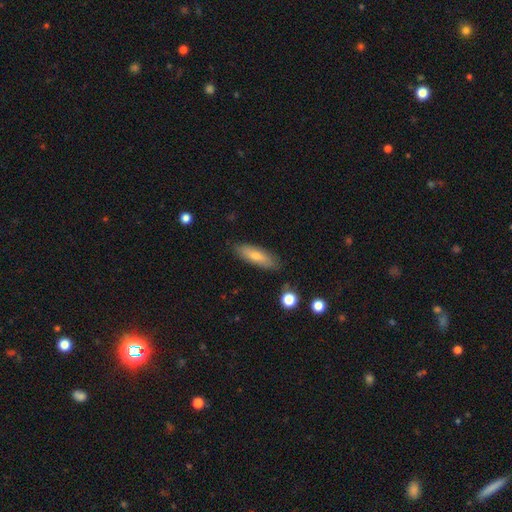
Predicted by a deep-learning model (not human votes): This is likely a smooth galaxy (69%). How rounded: possibly cigar-shaped (53%). Merging: clearly none (84%).